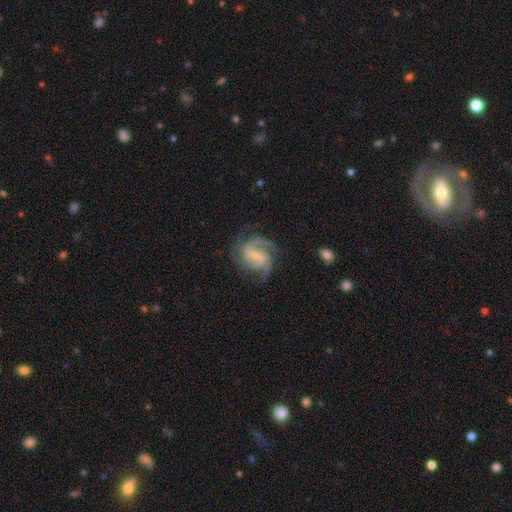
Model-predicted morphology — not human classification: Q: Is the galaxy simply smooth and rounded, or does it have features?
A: featured or disk — 91%.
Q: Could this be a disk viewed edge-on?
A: no — 98%.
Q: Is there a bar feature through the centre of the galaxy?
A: weak — 52%.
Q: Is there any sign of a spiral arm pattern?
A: yes — 98%.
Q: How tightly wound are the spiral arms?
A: medium — 53%.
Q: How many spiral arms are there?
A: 3 — 40%.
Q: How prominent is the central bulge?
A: small — 67%.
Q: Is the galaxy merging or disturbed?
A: none — 70%.